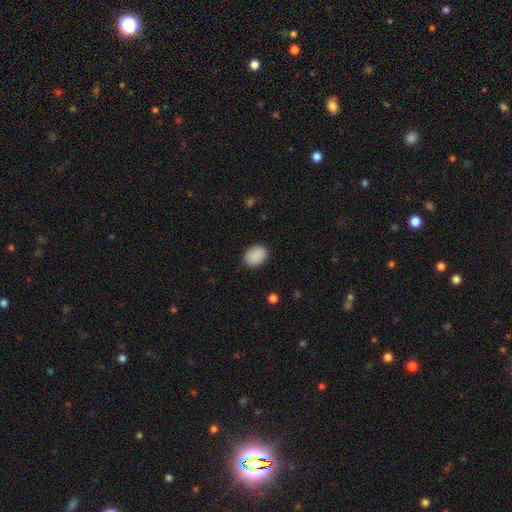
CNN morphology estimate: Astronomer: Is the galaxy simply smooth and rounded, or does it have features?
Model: smooth — 90%.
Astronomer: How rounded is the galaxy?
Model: in between — 72%.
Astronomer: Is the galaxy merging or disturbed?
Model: none — 88%.